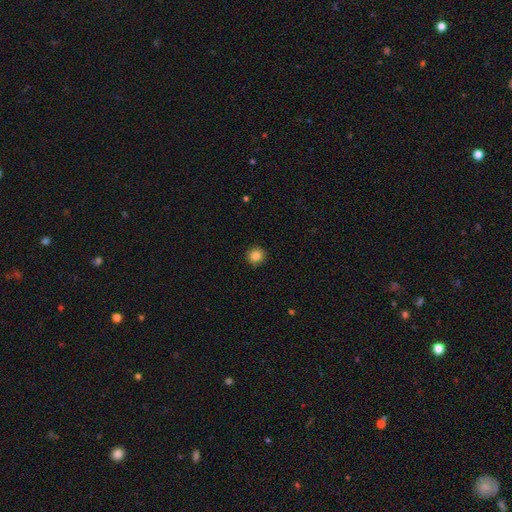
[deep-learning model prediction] A smooth galaxy with no disk features (85%) that is round (93%). Merging: none (91%).